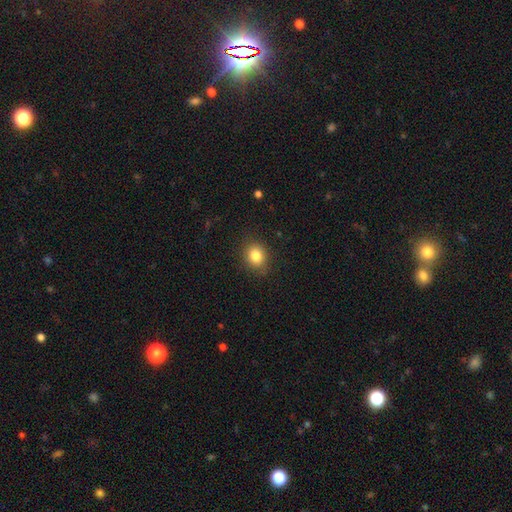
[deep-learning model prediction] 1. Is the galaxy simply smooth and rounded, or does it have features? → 83% smooth, 10% star or artifact, 6% featured or disk.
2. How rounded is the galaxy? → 66% round, 33% in between, 1% cigar-shaped.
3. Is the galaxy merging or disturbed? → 87% none, 9% minor disturbance, 3% major disturbance, 1% merger.